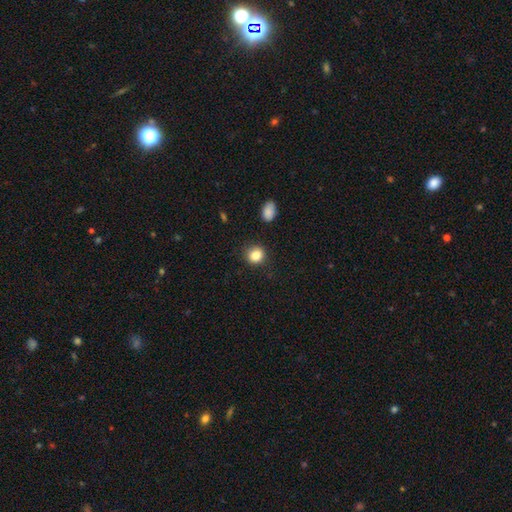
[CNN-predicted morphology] Smooth or featured: smooth — 85% (star or artifact — 10%)
How rounded: round — 78% (in between — 21%)
Merging: none — 84% (minor disturbance — 11%)